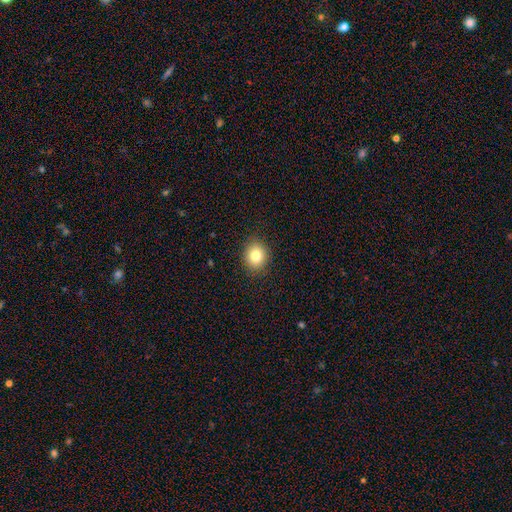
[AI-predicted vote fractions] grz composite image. It shows a smooth galaxy with no disk features (80%) that is round (69%). Merging: none (89%).